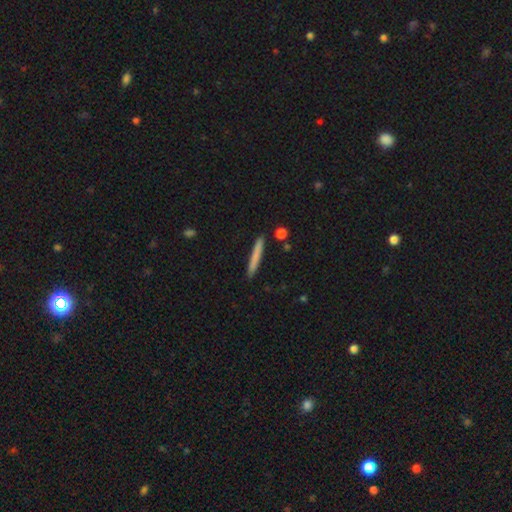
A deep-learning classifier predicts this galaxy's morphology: Q: Smooth or featured?
A: smooth (73%); runner-up: featured or disk (21%)
Q: How rounded?
A: cigar-shaped (96%); runner-up: in between (2%)
Q: Merging?
A: none (89%); runner-up: minor disturbance (7%)